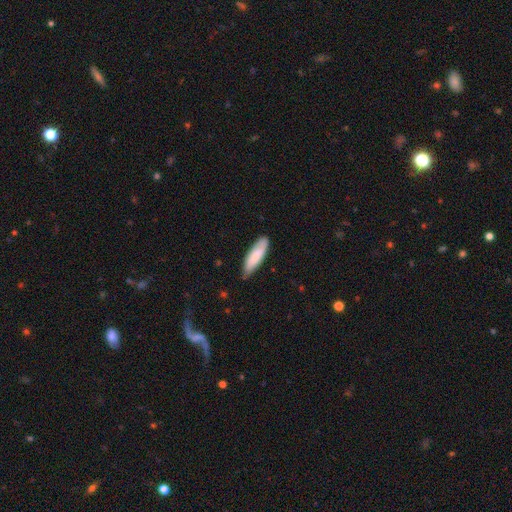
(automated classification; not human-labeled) Smooth or featured?
  - smooth: 80% *
  - featured or disk: 15%
  - star or artifact: 5%
How rounded?
  - in between: 50% *
  - cigar-shaped: 49%
  - round: 1%
Merging?
  - none: 70% *
  - minor disturbance: 25%
  - major disturbance: 3%
  - merger: 1%